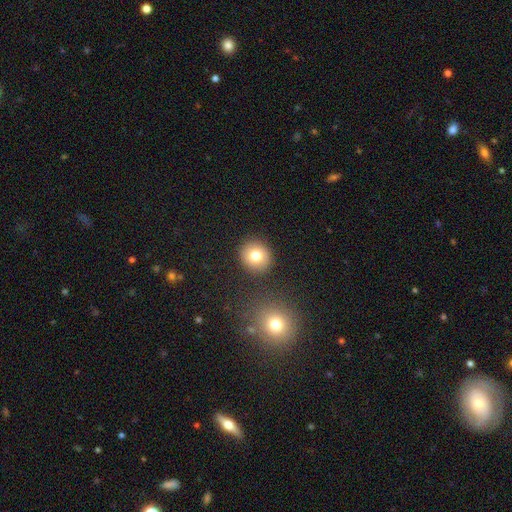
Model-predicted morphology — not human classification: A smooth galaxy with no disk features (78%) that is round (87%).

Vote fractions:
- Smooth or featured? smooth: 78% / featured or disk: 11% / star or artifact: 11%
- How rounded? round: 87% / in between: 12% / cigar-shaped: 1%
- Merging? none: 87% / minor disturbance: 7% / merger: 4% / major disturbance: 2%